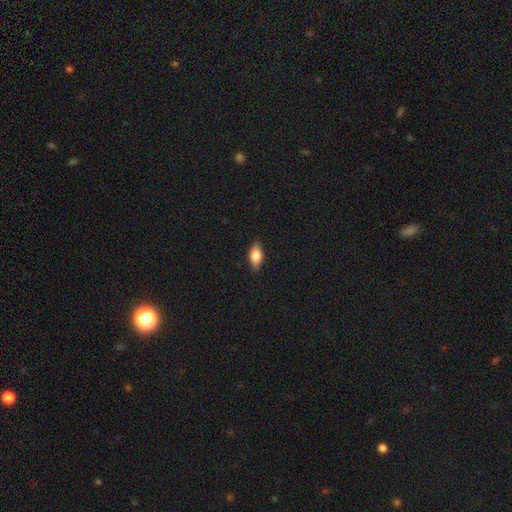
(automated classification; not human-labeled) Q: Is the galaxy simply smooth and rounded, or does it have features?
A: smooth — 76%.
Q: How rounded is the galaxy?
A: in between — 86%.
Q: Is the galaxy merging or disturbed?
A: none — 87%.